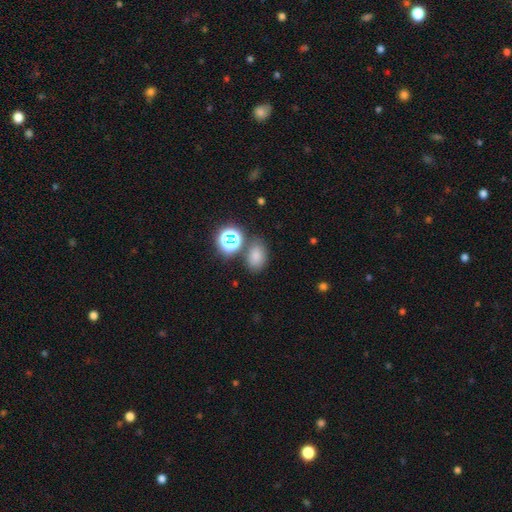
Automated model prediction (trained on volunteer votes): Morphology: type=smooth (74%); roundness=in between (74%); merging=none (73%).